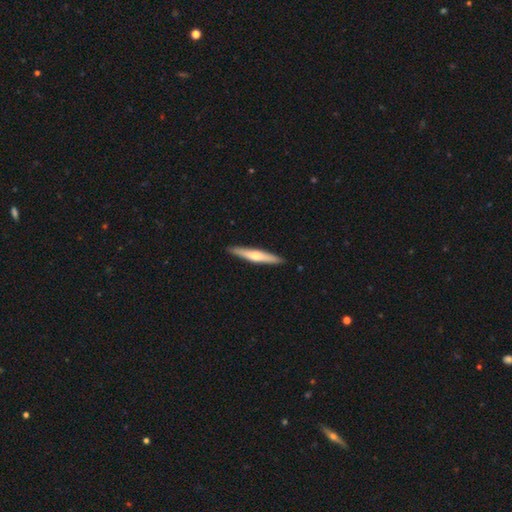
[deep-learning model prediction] A featured or disk galaxy (50%).

Vote fractions:
- Smooth or featured? featured or disk: 50% / smooth: 45% / star or artifact: 5%
- Merging? none: 91% / minor disturbance: 6% / major disturbance: 1% / merger: 1%